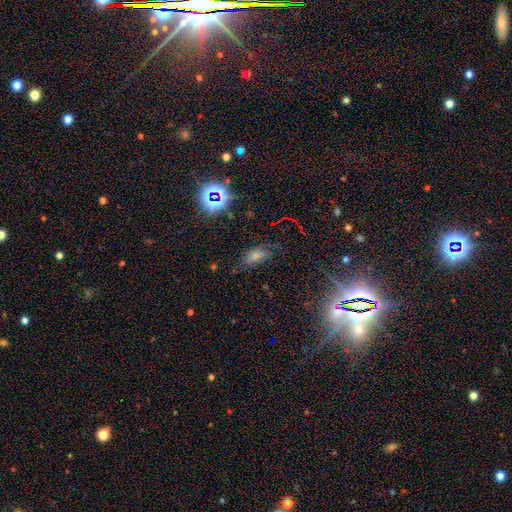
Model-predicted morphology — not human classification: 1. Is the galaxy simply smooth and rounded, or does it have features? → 64% smooth, 25% star or artifact, 11% featured or disk.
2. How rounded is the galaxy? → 85% in between, 8% cigar-shaped, 6% round.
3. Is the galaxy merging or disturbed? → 65% none, 23% minor disturbance, 10% major disturbance, 3% merger.